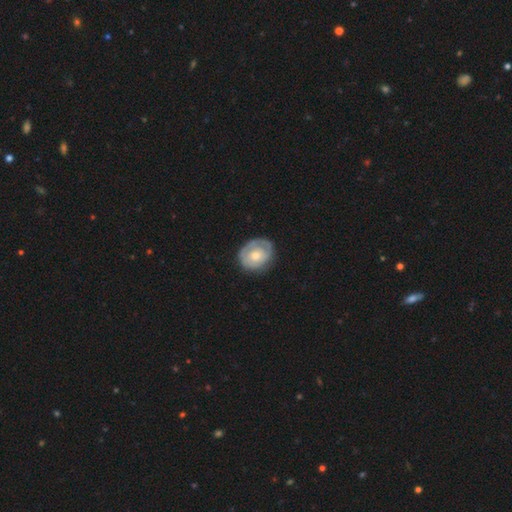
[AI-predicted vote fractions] Smooth or featured? Predicted: featured or disk (p=0.53). Edge-on disk? Predicted: no (p=0.96). Bar? Predicted: no (p=0.86). Spiral arms? Predicted: no (p=0.50, tied with yes). Bulge size? Predicted: moderate (p=0.58). Merging? Predicted: none (p=0.69).